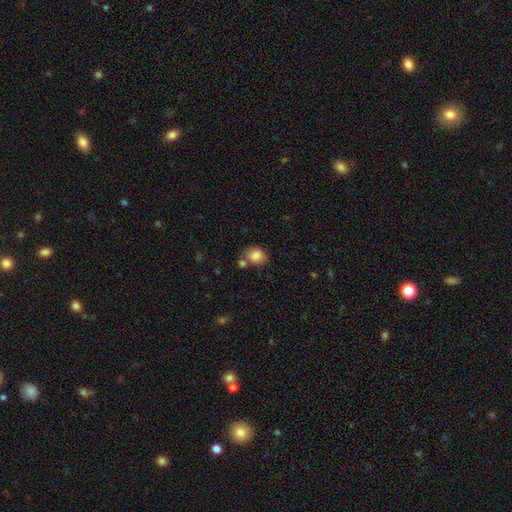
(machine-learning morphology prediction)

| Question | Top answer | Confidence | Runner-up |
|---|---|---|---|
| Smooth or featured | smooth | 85% | star or artifact (9%) |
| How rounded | round | 68% | in between (32%) |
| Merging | none | 62% | merger (21%) |